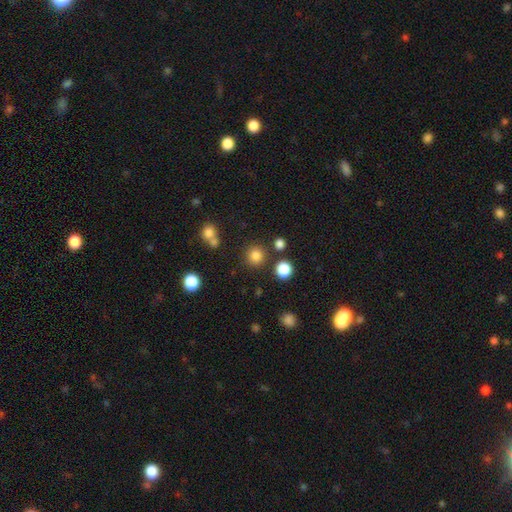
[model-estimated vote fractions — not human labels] Smooth or featured? smooth (82%)
How rounded? round (92%)
Merging? none (84%)